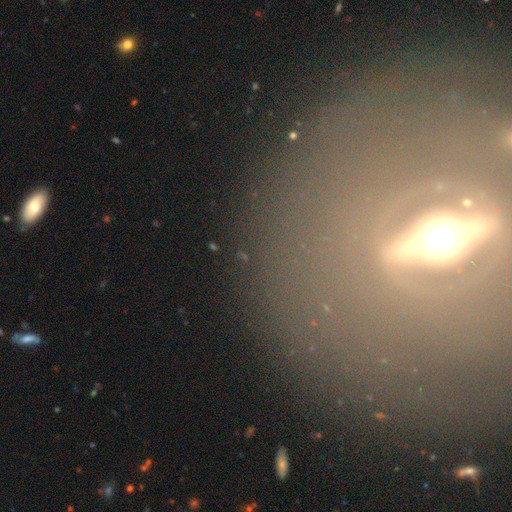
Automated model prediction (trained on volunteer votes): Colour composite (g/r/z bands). It shows a featured or disk galaxy (67%) viewed edge-on (59%). Merging: none (82%).